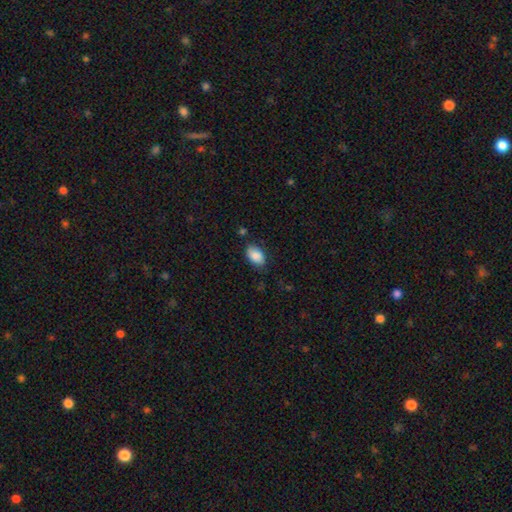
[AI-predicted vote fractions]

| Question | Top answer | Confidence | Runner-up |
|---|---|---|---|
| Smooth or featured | smooth | 88% | star or artifact (7%) |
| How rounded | in between | 91% | round (8%) |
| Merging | none | 78% | minor disturbance (16%) |